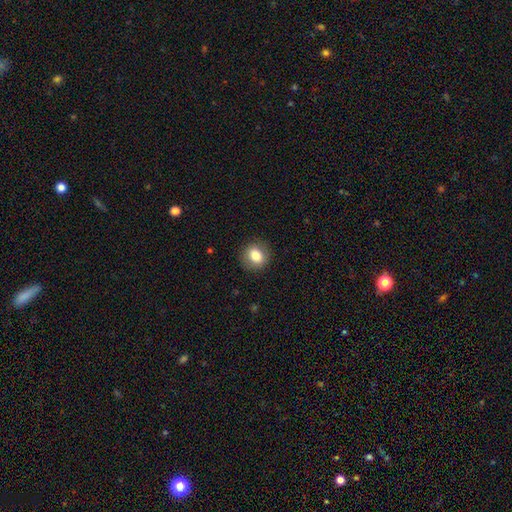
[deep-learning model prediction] A smooth galaxy with no disk features (81%) that is round (72%).

Vote fractions:
- Smooth or featured? smooth: 81% / featured or disk: 10% / star or artifact: 9%
- How rounded? round: 72% / in between: 27% / cigar-shaped: 1%
- Merging? none: 88% / minor disturbance: 8% / major disturbance: 3% / merger: 1%